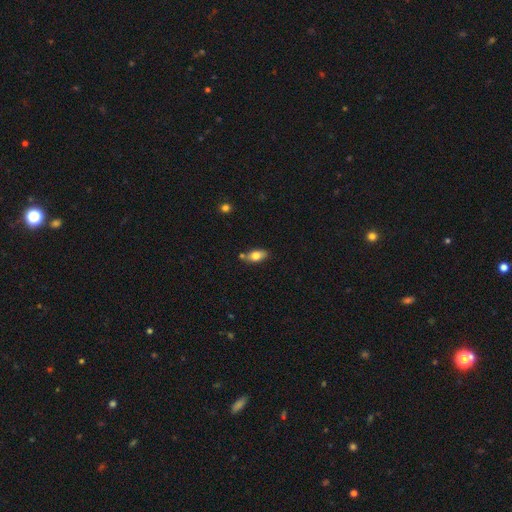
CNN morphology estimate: smooth 75%, featured or disk 18%, star or artifact 8%. Down the decision tree: how rounded — in between (86%); merging — none (70%).